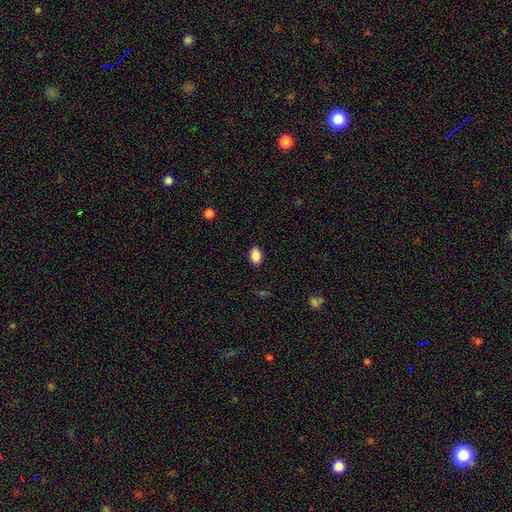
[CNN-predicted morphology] smooth-or-featured: smooth: 88% | star or artifact: 9% | featured or disk: 4%
  how-rounded: in between: 75% | round: 24% | cigar-shaped: 1%
  merging: none: 88% | minor disturbance: 8% | major disturbance: 2% | merger: 1%